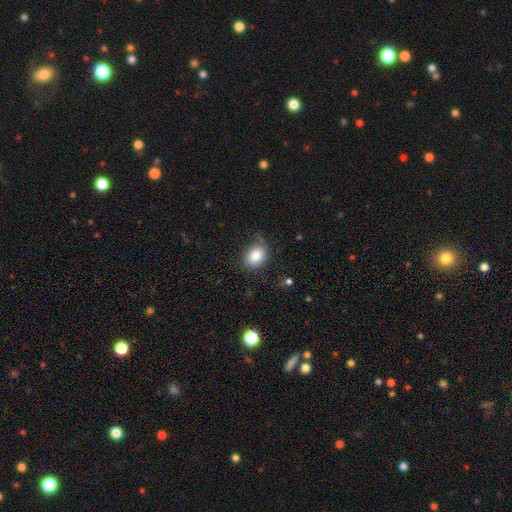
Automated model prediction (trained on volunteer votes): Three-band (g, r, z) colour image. It shows a smooth galaxy with no disk features (82%) that is in between round and cigar-shaped (54%). Merging: none (72%).